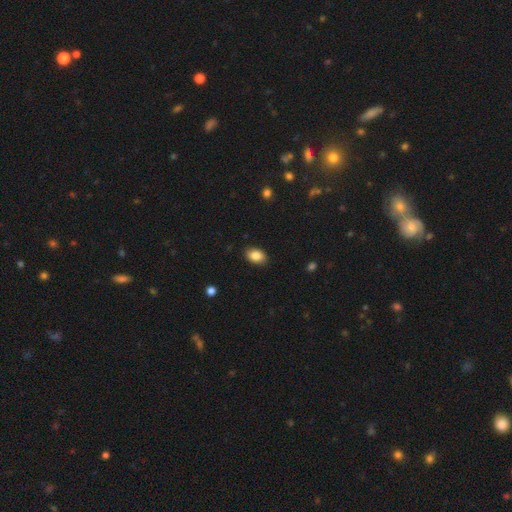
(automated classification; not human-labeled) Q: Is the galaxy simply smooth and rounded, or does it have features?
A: smooth — 86%.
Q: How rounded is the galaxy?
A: in between — 87%.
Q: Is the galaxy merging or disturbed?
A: none — 88%.